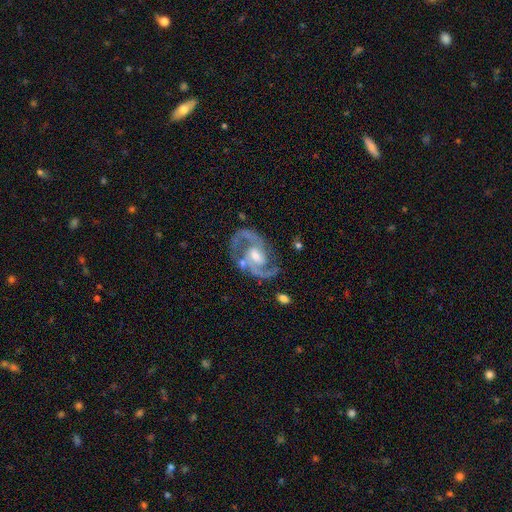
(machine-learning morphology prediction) This appears to be a featured or disk galaxy (92%) with a weak bar (50%), 2 (91%) medium (61%) spiral arms (97%) and a moderate central bulge (58%). Merging: none (74%).